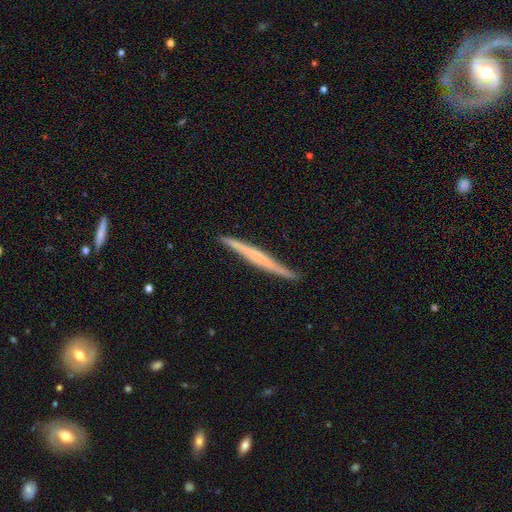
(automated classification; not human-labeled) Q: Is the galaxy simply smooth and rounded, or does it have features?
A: featured or disk — 63%.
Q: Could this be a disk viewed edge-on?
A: yes — 96%.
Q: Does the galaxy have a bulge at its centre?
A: none — 60%.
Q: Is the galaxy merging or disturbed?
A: none — 87%.